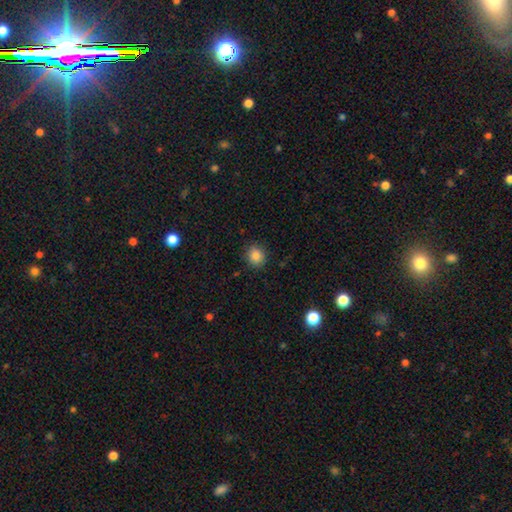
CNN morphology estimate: This is clearly a smooth galaxy (86%). How rounded: likely round (77%). Merging: clearly none (86%).